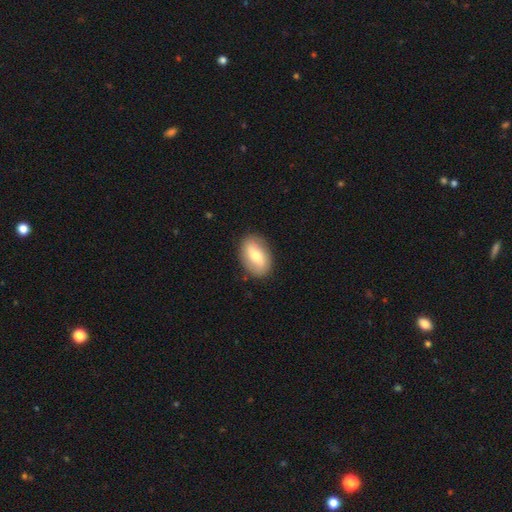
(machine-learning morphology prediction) Smooth or featured? Predicted: smooth (p=0.59). How rounded? Predicted: in between (p=0.87). Merging? Predicted: none (p=0.87).